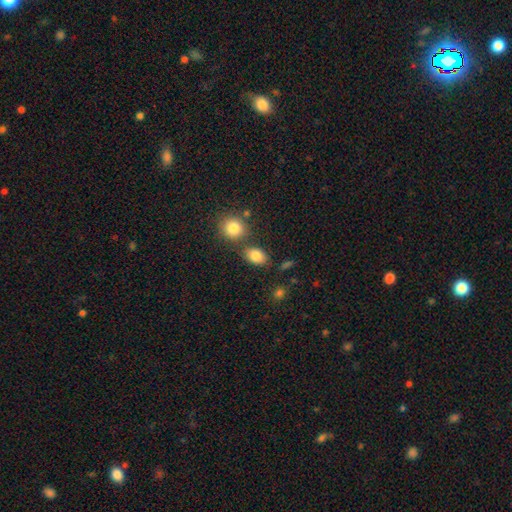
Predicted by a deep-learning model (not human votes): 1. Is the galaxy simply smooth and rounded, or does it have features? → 83% smooth, 10% star or artifact, 7% featured or disk.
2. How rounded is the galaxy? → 80% in between, 19% round, 2% cigar-shaped.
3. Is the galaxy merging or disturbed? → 70% none, 14% merger, 12% minor disturbance, 4% major disturbance.